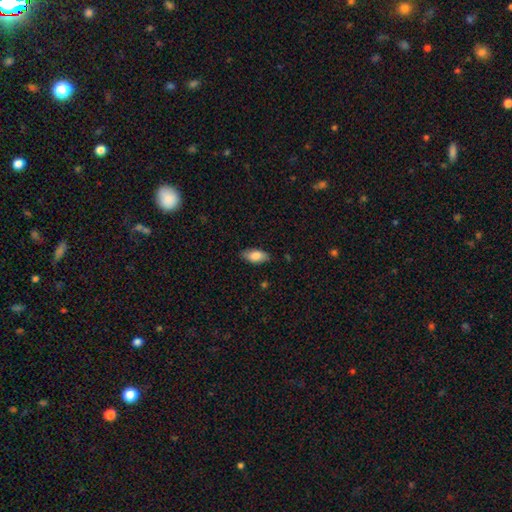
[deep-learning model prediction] Smooth or featured: smooth — 83% (featured or disk — 11%)
How rounded: in between — 89% (cigar-shaped — 8%)
Merging: none — 83% (minor disturbance — 13%)